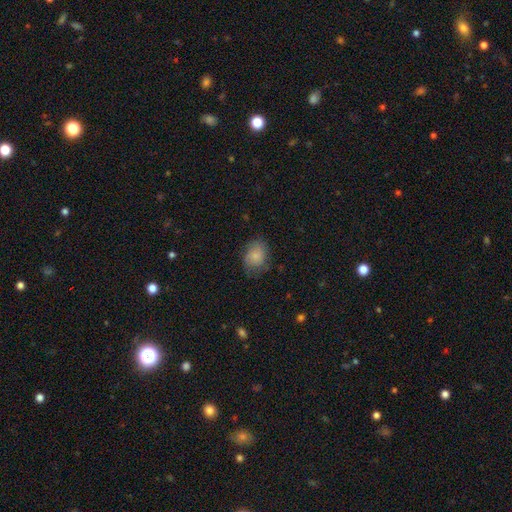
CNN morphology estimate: Smooth or featured? smooth (80%)
How rounded? in between (54%)
Merging? none (67%)